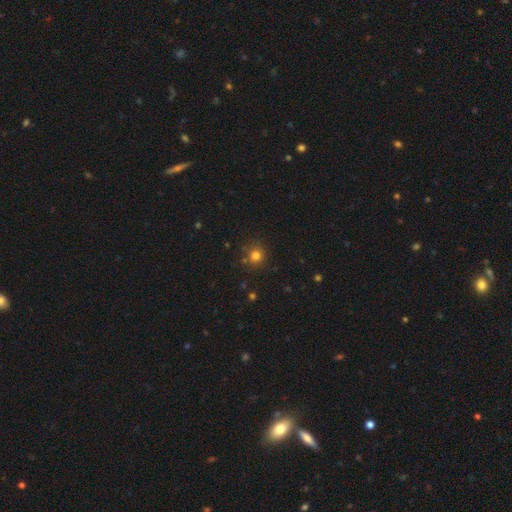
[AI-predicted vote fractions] A smooth galaxy with no disk features (78%) that is round (91%). Merging: none (82%).